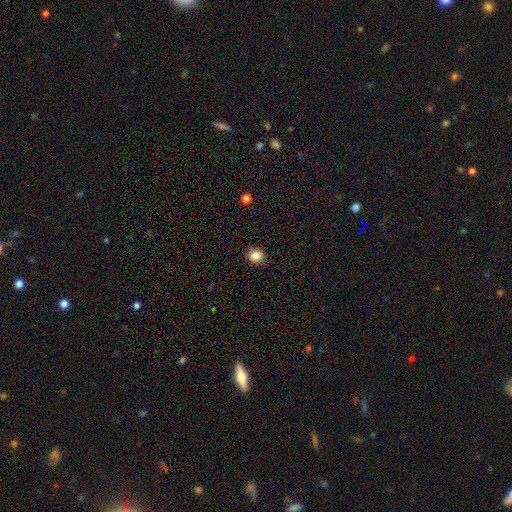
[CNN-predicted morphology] A smooth galaxy with no disk features (84%) that is round (82%).

Vote fractions:
- Smooth or featured? smooth: 84% / star or artifact: 11% / featured or disk: 5%
- How rounded? round: 82% / in between: 18% / cigar-shaped: 1%
- Merging? none: 91% / minor disturbance: 7% / major disturbance: 2% / merger: 1%